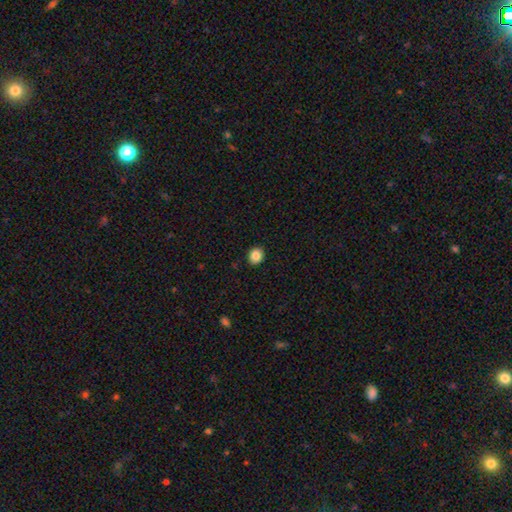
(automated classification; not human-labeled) This is clearly a smooth galaxy (86%). How rounded: likely round (66%). Merging: clearly none (91%).